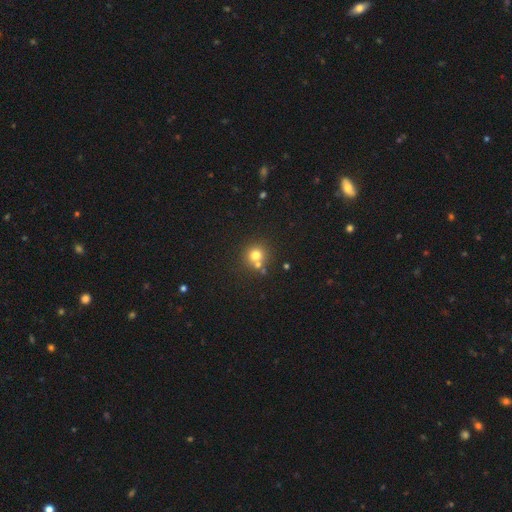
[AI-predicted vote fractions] Smooth or featured? Predicted: smooth (p=0.75). How rounded? Predicted: round (p=0.91). Merging? Predicted: none (p=0.64).